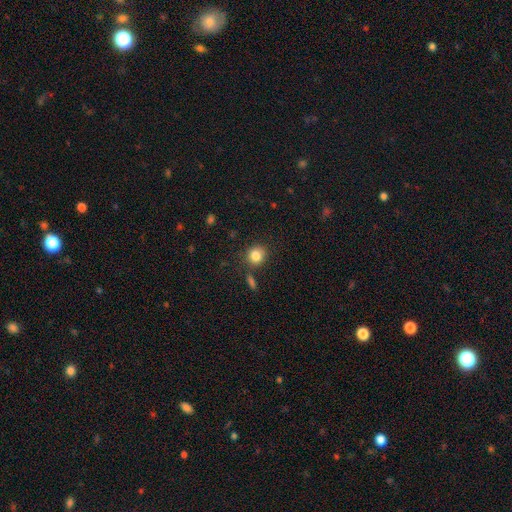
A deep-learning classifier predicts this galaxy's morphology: smooth_or_featured: smooth (p=0.84) [alt: star or artifact p=0.10]
how_rounded: round (p=0.80) [alt: in between p=0.19]
merging: none (p=0.78) [alt: minor disturbance p=0.12]